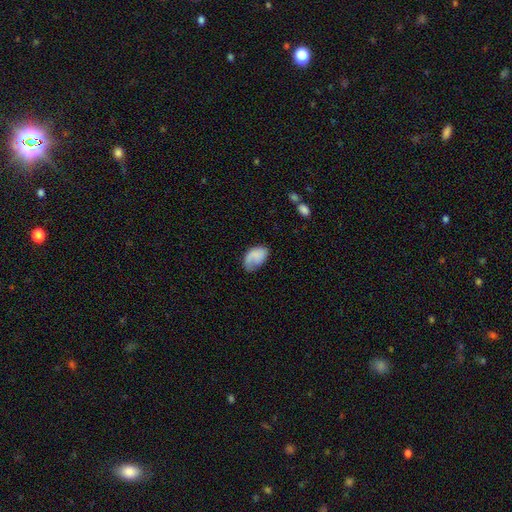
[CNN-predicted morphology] Q: Smooth or featured?
A: smooth (70%); runner-up: featured or disk (22%)
Q: How rounded?
A: in between (91%); runner-up: round (8%)
Q: Merging?
A: none (46%); runner-up: minor disturbance (32%)